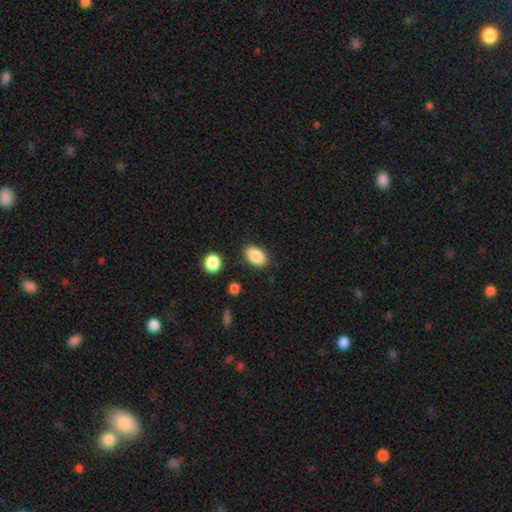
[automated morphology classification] The model was most divided on "merging": none: 85%, minor disturbance: 10%, major disturbance: 3%, merger: 2%. More confident: how rounded — in between (91%); smooth or featured — smooth (87%).